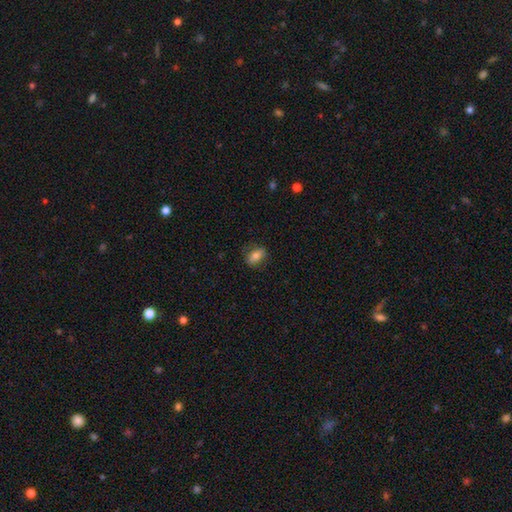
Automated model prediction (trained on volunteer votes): smooth 76%, featured or disk 16%, star or artifact 8%. Down the decision tree: how rounded — in between (81%); merging — none (79%).